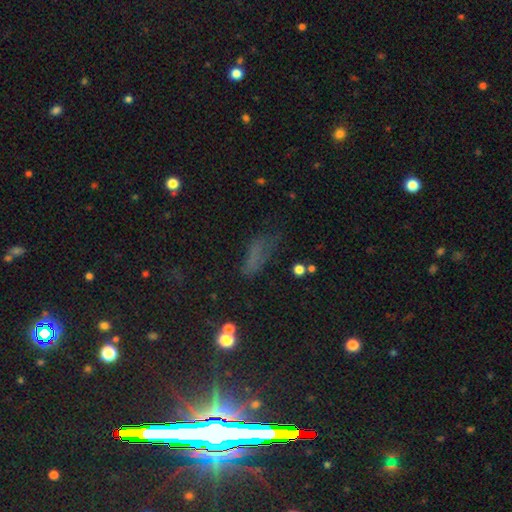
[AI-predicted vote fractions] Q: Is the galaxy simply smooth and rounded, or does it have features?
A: smooth — 49%.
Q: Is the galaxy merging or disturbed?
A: none — 53%.